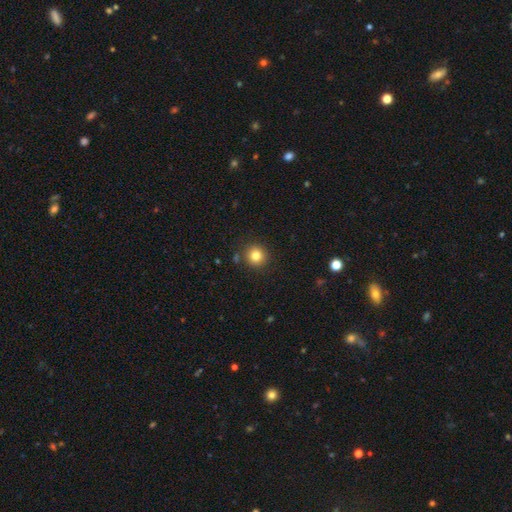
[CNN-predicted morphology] smooth 82%, star or artifact 12%, featured or disk 6%. Down the decision tree: how rounded — round (93%); merging — none (88%).